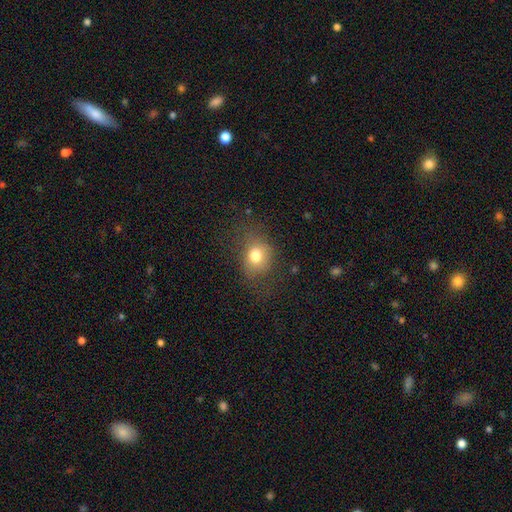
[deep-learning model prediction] Smooth or featured: smooth — 76% (star or artifact — 13%)
How rounded: round — 58% (in between — 41%)
Merging: none — 68% (minor disturbance — 19%)